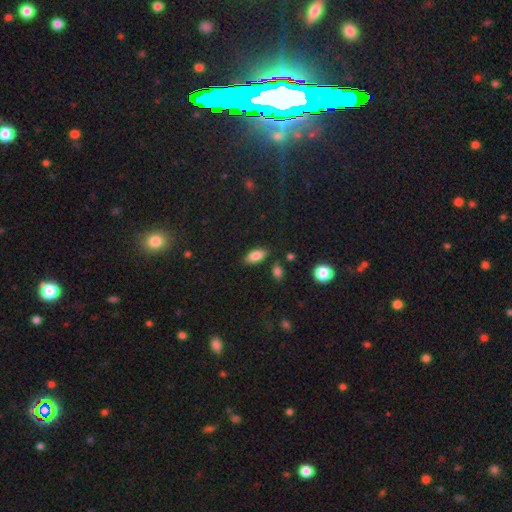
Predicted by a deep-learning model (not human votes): This is clearly a smooth galaxy (82%). How rounded: clearly in between (87%). Merging: clearly none (82%).